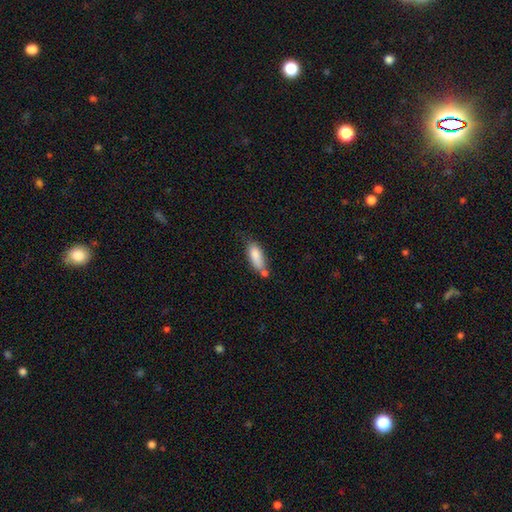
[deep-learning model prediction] Q: Smooth or featured?
A: smooth (83%); runner-up: featured or disk (10%)
Q: How rounded?
A: in between (71%); runner-up: cigar-shaped (27%)
Q: Merging?
A: none (40%); runner-up: merger (26%)